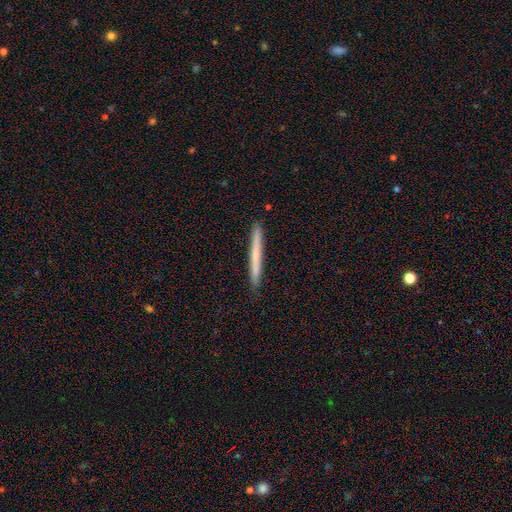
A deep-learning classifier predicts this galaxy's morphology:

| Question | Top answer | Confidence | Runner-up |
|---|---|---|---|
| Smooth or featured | smooth | 62% | featured or disk (32%) |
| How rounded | cigar-shaped | 97% | in between (1%) |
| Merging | none | 92% | minor disturbance (6%) |